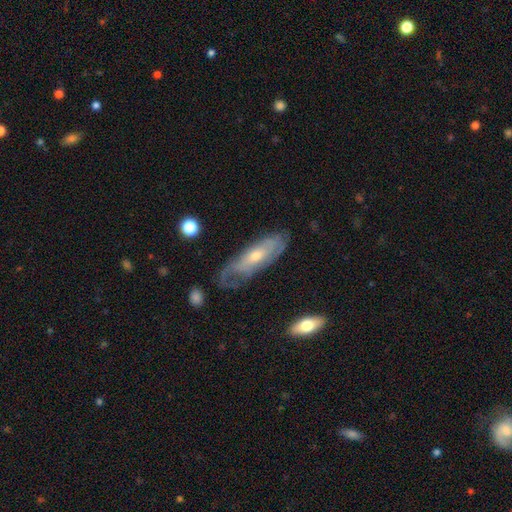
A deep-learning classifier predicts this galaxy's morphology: A featured or disk galaxy (65%) with no bar (70%), spiral arms (73%) and a small central bulge (47%, tied with moderate).

Vote fractions:
- Smooth or featured? featured or disk: 65% / smooth: 28% / star or artifact: 7%
- Edge-on disk? no: 77% / yes: 23%
- Bar? no: 70% / weak: 24% / strong: 6%
- Spiral arms? yes: 73% / no: 27%
- Bulge size? small: 47% (tied) / moderate: 47% (tied) / large: 3% / none: 2% / dominant: 1%
- Merging? none: 56% / minor disturbance: 27% / major disturbance: 15% / merger: 2%